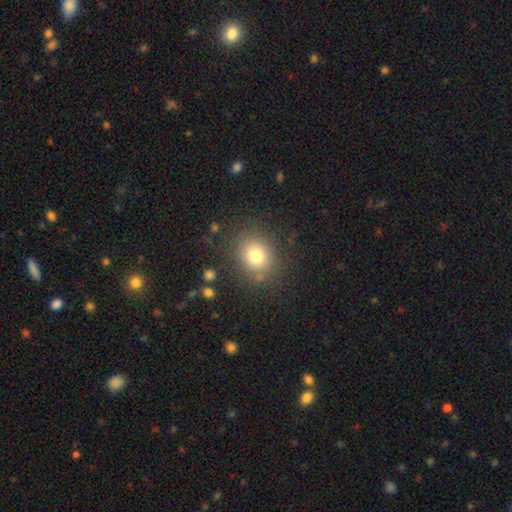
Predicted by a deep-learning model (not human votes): A smooth galaxy with no disk features (77%) that is round (70%).

Vote fractions:
- Smooth or featured? smooth: 77% / star or artifact: 13% / featured or disk: 10%
- How rounded? round: 70% / in between: 29% / cigar-shaped: 1%
- Merging? none: 83% / minor disturbance: 10% / major disturbance: 5% / merger: 2%